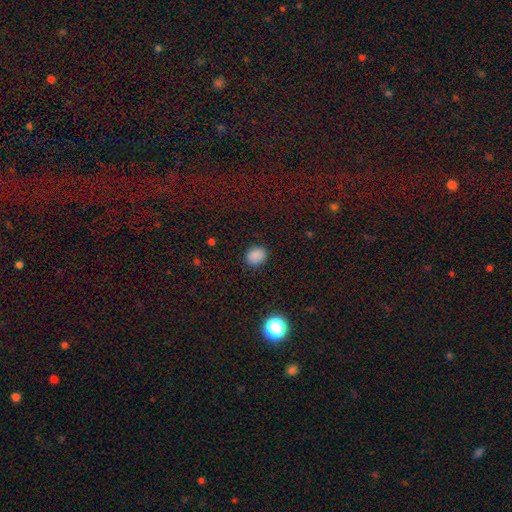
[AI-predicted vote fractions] A smooth galaxy with no disk features (86%) that is round (58%). Merging: none (88%).